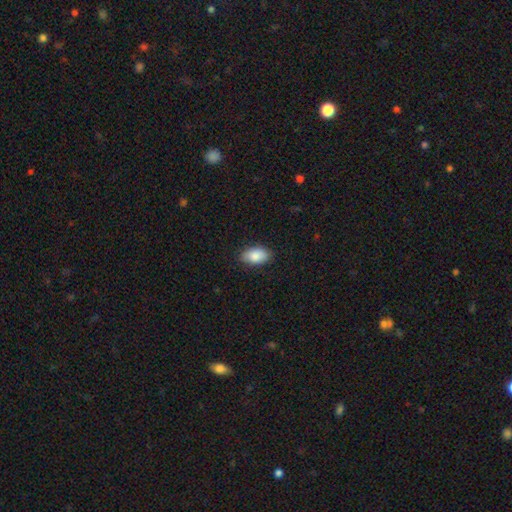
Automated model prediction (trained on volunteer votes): Overall: smooth (87%). How rounded: in between (92%). Merging: none (86%).